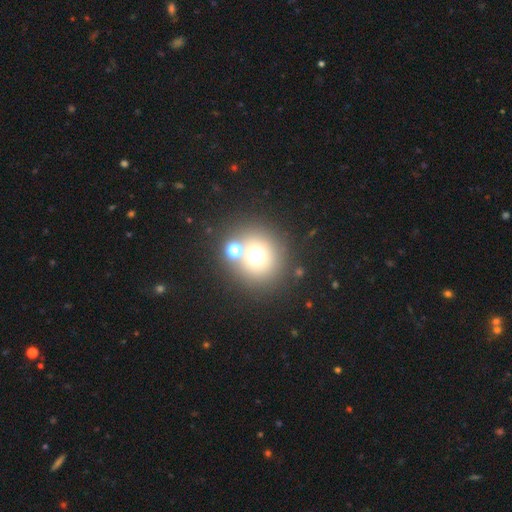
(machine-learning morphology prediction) A smooth galaxy with no disk features (63%) that is round (90%).

Vote fractions:
- Smooth or featured? smooth: 63% / star or artifact: 24% / featured or disk: 13%
- How rounded? round: 90% / in between: 9% / cigar-shaped: 1%
- Merging? none: 69% / merger: 18% / minor disturbance: 8% / major disturbance: 5%